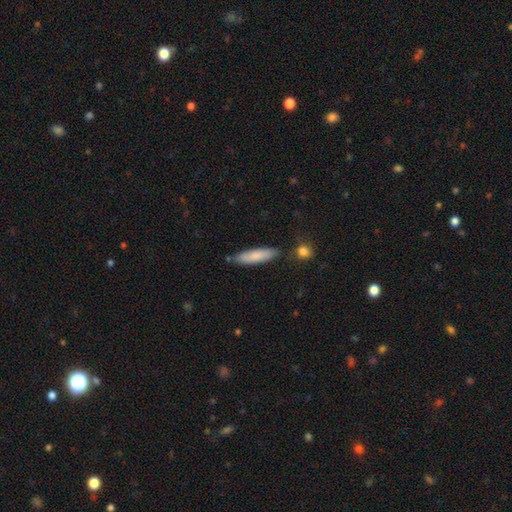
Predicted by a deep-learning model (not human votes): A smooth galaxy with no disk features (80%) that is cigar-shaped (67%). Merging: none (79%).